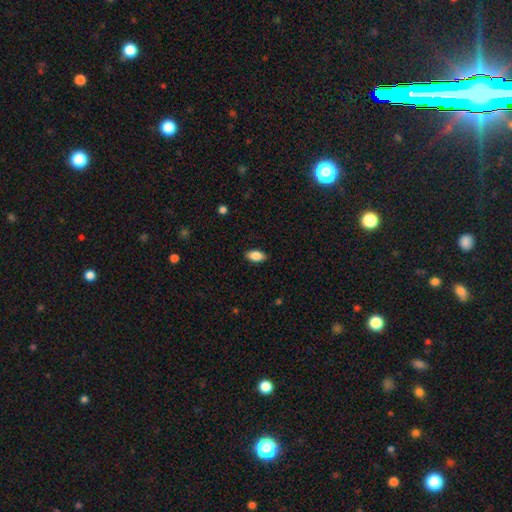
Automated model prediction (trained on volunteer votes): A smooth galaxy with no disk features (87%) that is in between round and cigar-shaped (92%). Merging: none (88%).